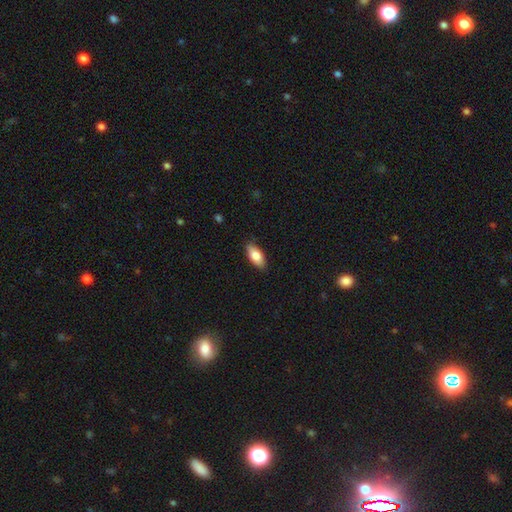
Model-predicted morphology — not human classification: A smooth galaxy with no disk features (80%) that is in between round and cigar-shaped (86%).

Vote fractions:
- Smooth or featured? smooth: 80% / featured or disk: 13% / star or artifact: 6%
- How rounded? in between: 86% / cigar-shaped: 11% / round: 2%
- Merging? none: 87% / minor disturbance: 10% / major disturbance: 2% / merger: 1%